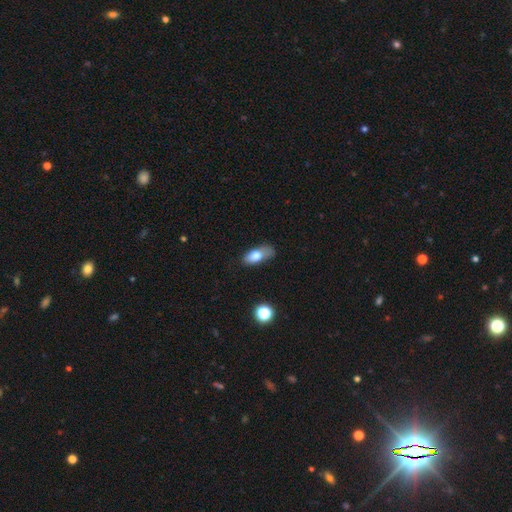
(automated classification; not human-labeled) This appears to be a smooth galaxy with no disk features (77%) that is in between round and cigar-shaped (83%). Merging: none (45%).